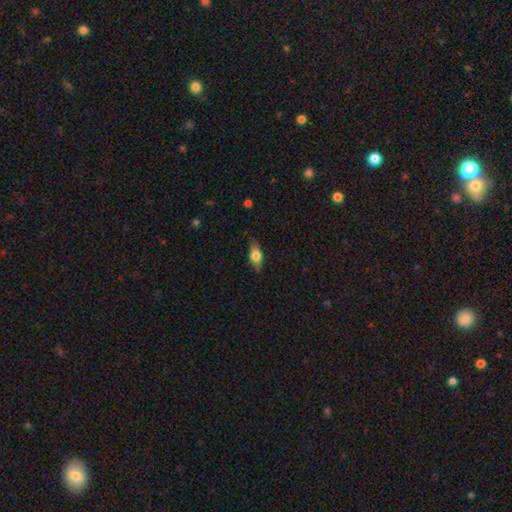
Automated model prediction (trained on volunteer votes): A smooth galaxy with no disk features (70%) that is in between round and cigar-shaped (79%). Merging: none (82%).